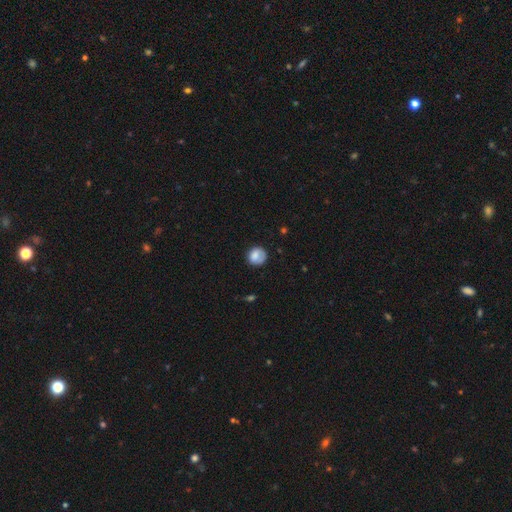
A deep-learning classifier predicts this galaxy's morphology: The model was most divided on "merging": none: 71%, minor disturbance: 20%, major disturbance: 7%, merger: 2%. More confident: how rounded — round (85%); smooth or featured — smooth (80%).